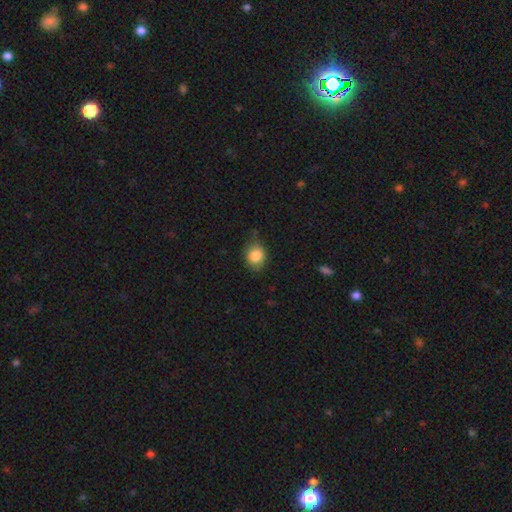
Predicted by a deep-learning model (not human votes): Smooth or featured? Predicted: smooth (p=0.85). How rounded? Predicted: round (p=0.54). Merging? Predicted: none (p=0.73).